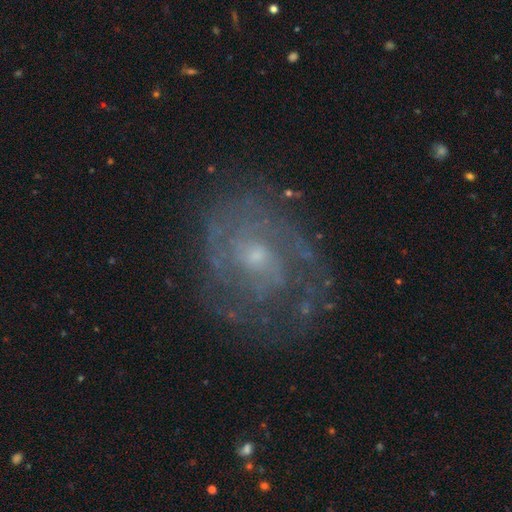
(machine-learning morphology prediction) This is clearly a featured or disk galaxy (82%). It is clearly not viewed edge-on (97%). Bar: likely no (66%). Spiral arm pattern: clearly yes (91%). Spiral arm count: marginally 2 (37%). Spiral winding: likely tight (60%). Central bulge: likely small (65%). Merging: likely none (74%).